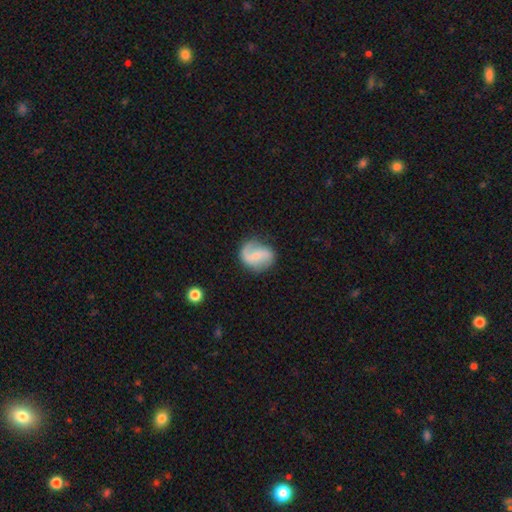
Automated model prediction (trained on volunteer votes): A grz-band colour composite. It shows a featured or disk galaxy (67%) with a weak bar (46%), 2 (78%) loose (53%) spiral arms (90%) and a small central bulge (57%). Merging: none (69%).